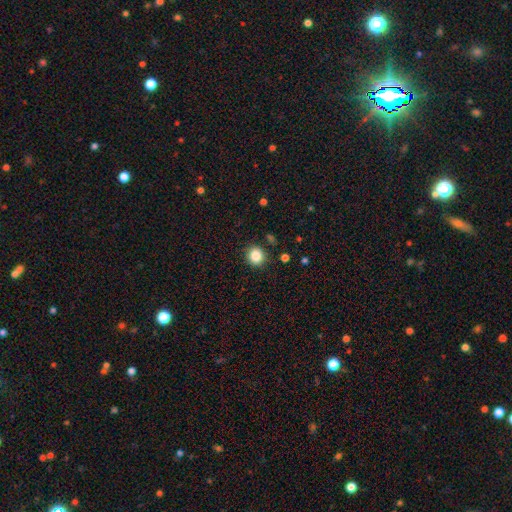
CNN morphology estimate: This is clearly a smooth galaxy (85%). How rounded: clearly round (86%). Merging: clearly none (87%).